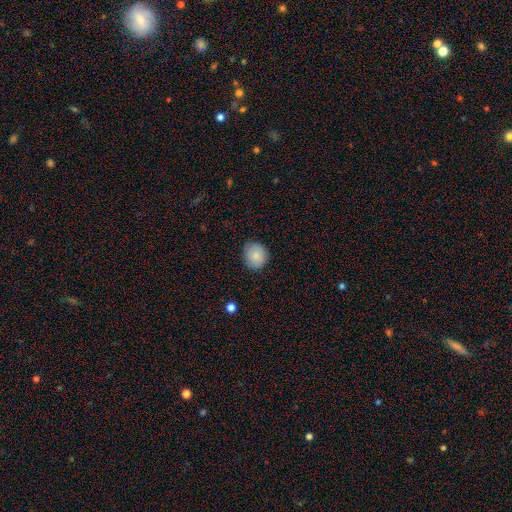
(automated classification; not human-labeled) Smooth or featured: smooth — 85% (star or artifact — 8%)
How rounded: round — 76% (in between — 24%)
Merging: none — 82% (minor disturbance — 14%)